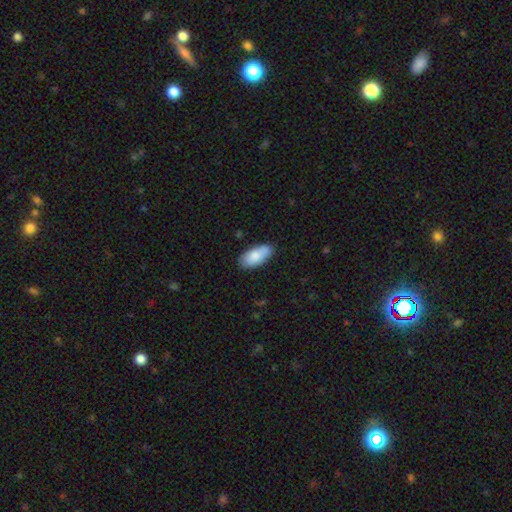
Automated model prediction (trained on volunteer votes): smooth-or-featured: smooth: 82% | featured or disk: 12% | star or artifact: 6%
  how-rounded: in between: 90% | cigar-shaped: 8% | round: 2%
  merging: none: 77% | minor disturbance: 17% | merger: 3% | major disturbance: 3%